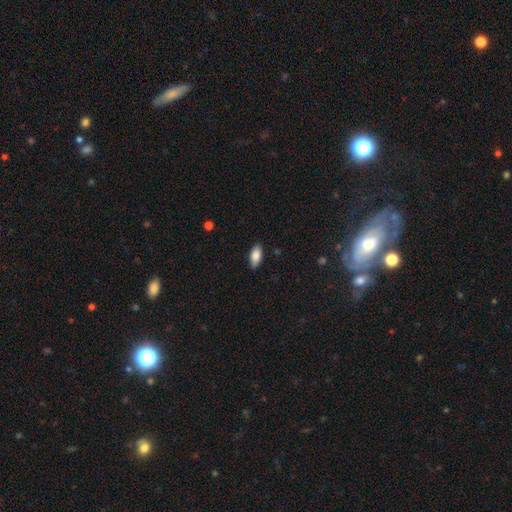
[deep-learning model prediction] smooth-or-featured: smooth: 84% | featured or disk: 9% | star or artifact: 7%
  how-rounded: in between: 89% | cigar-shaped: 8% | round: 2%
  merging: none: 86% | minor disturbance: 10% | major disturbance: 2% | merger: 1%